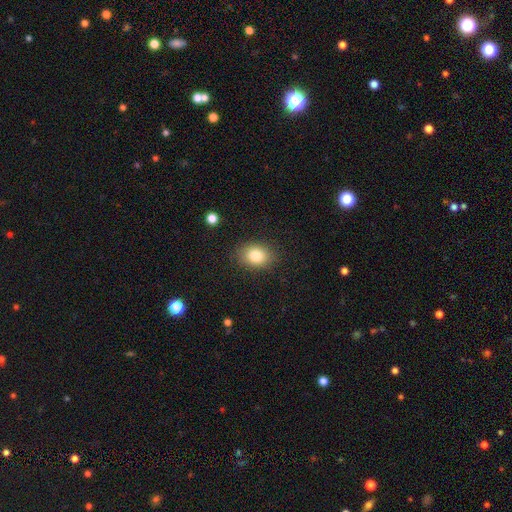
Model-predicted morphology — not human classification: A smooth galaxy with no disk features (83%) that is in between round and cigar-shaped (62%).

Vote fractions:
- Smooth or featured? smooth: 83% / star or artifact: 9% / featured or disk: 8%
- How rounded? in between: 62% / round: 37% / cigar-shaped: 1%
- Merging? none: 86% / minor disturbance: 10% / major disturbance: 3% / merger: 1%